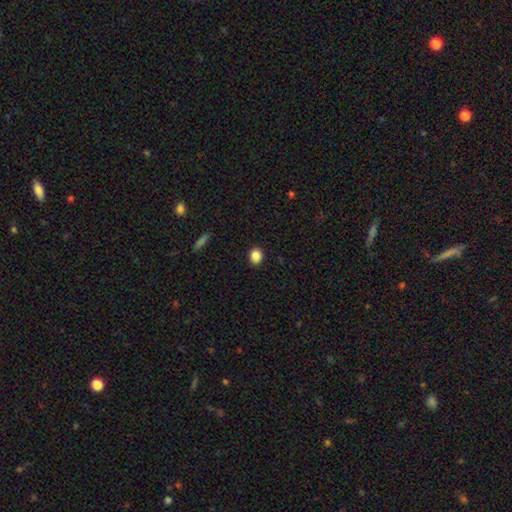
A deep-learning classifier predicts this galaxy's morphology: smooth_or_featured: smooth (p=0.87) [alt: star or artifact p=0.10]
how_rounded: round (p=0.63) [alt: in between p=0.36]
merging: none (p=0.92) [alt: minor disturbance p=0.06]